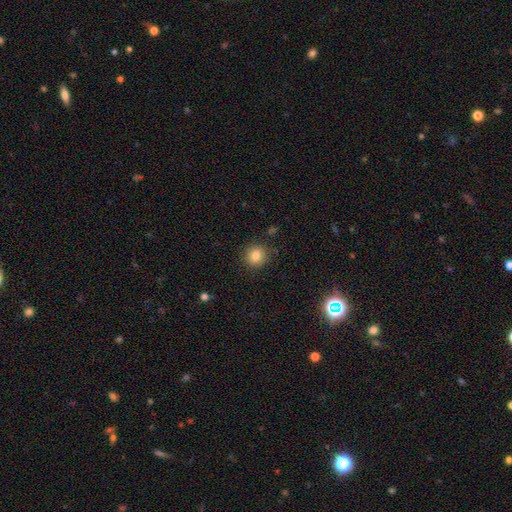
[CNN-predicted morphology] smooth_or_featured: smooth (p=0.83) [alt: star or artifact p=0.11]
how_rounded: round (p=0.88) [alt: in between p=0.11]
merging: none (p=0.88) [alt: minor disturbance p=0.08]